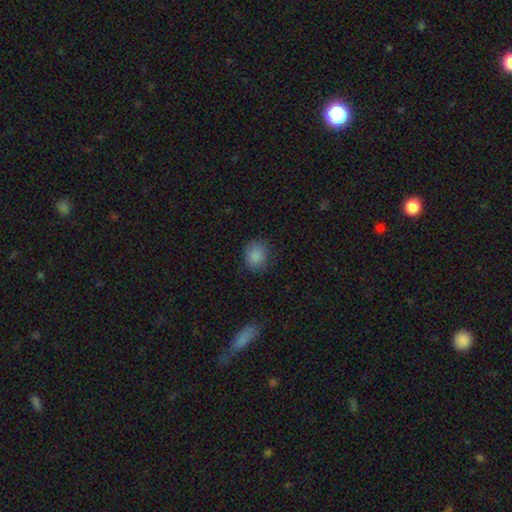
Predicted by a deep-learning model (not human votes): smooth-or-featured: smooth: 86% | star or artifact: 10% | featured or disk: 4%
  how-rounded: round: 73% | in between: 26% | cigar-shaped: 1%
  merging: none: 80% | minor disturbance: 15% | major disturbance: 4% | merger: 1%